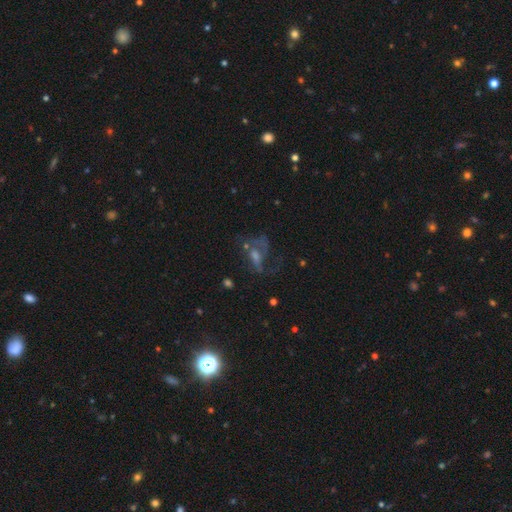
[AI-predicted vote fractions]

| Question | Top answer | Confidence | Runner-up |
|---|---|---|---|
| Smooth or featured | featured or disk | 52% | star or artifact (27%) |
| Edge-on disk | no | 93% | yes (7%) |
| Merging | major disturbance | 40% | none (37%) |